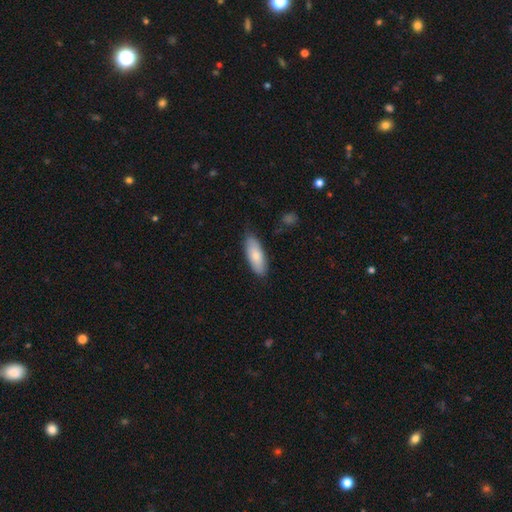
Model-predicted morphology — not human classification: A smooth galaxy with no disk features (78%) that is in between round and cigar-shaped (74%). Merging: none (80%).